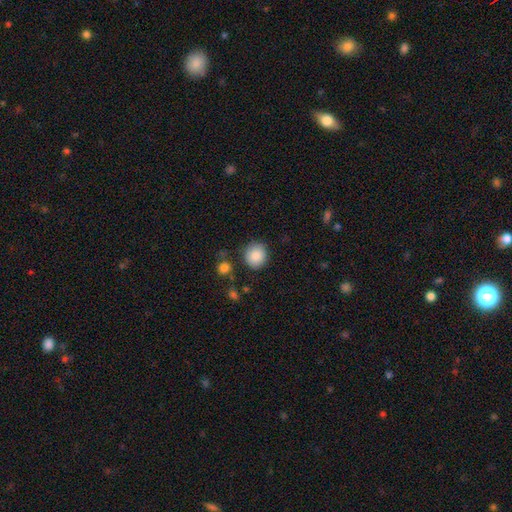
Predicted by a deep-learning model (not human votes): Smooth or featured? smooth (88%)
How rounded? round (87%)
Merging? none (84%)